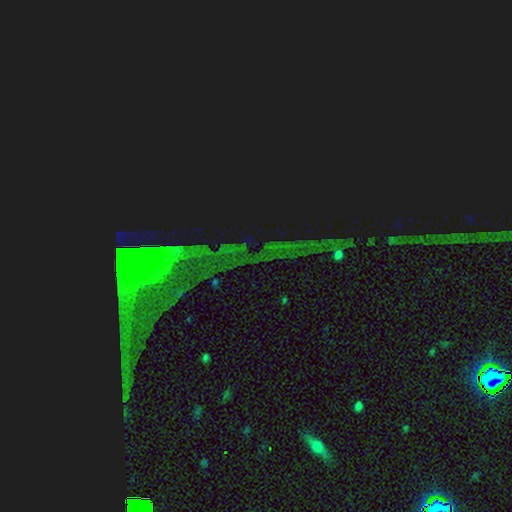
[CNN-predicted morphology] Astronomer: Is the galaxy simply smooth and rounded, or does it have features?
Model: star or artifact — 78%.